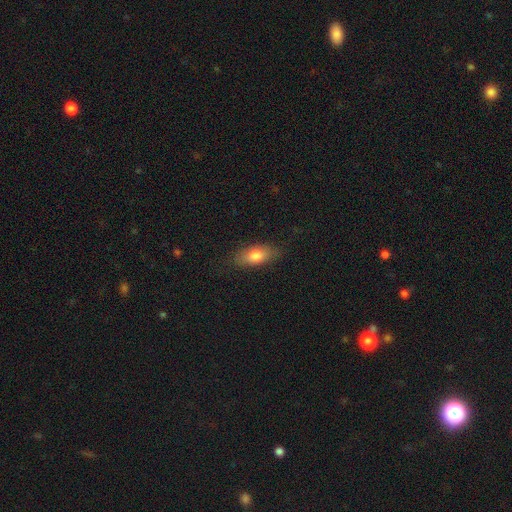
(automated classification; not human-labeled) Smooth or featured? smooth (78%)
How rounded? in between (84%)
Merging? none (81%)